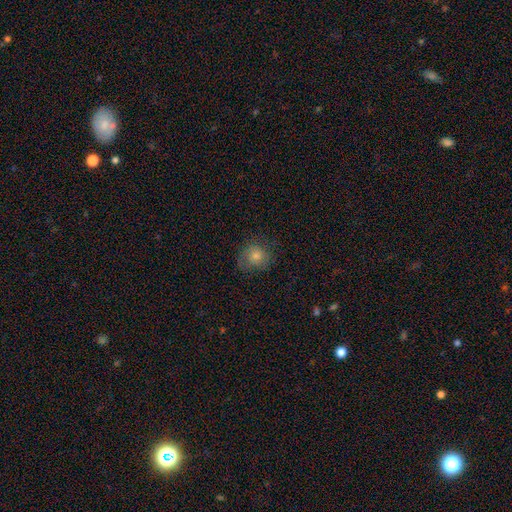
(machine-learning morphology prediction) smooth 64%, featured or disk 23%, star or artifact 13%. Down the decision tree: how rounded — round (83%); merging — none (71%).